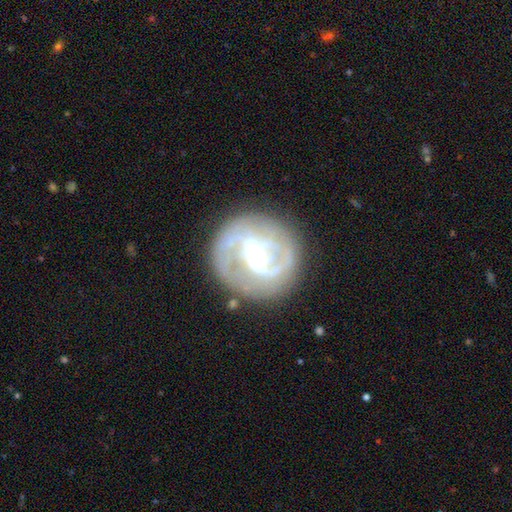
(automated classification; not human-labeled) This is clearly a featured or disk galaxy (81%). It is clearly not viewed edge-on (96%). Bar: possibly strong (60%). Spiral arm pattern: clearly yes (83%). Spiral arm count: likely 2 (66%). Spiral winding: marginally tight (38%, tied with medium). Central bulge: possibly moderate (48%). Merging: likely none (75%).